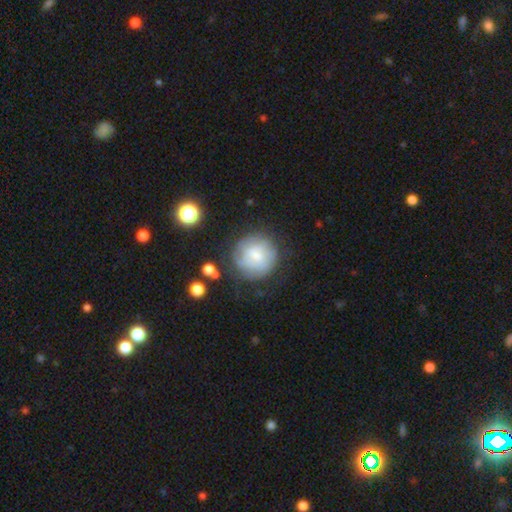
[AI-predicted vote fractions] Smooth or featured: smooth — 54% (featured or disk — 38%)
How rounded: round — 91% (in between — 8%)
Merging: none — 65% (minor disturbance — 19%)